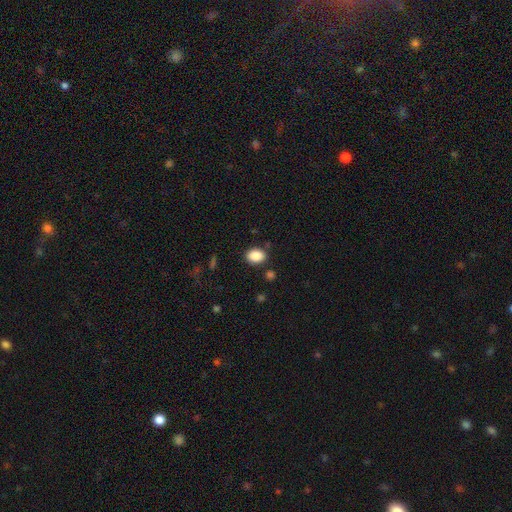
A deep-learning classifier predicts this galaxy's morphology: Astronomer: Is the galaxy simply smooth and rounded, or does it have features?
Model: smooth — 88%.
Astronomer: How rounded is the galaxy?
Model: in between — 74%.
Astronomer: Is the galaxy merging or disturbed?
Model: none — 83%.